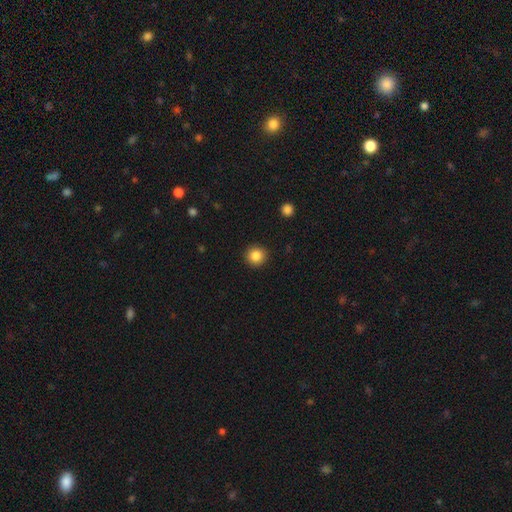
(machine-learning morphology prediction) This appears to be a smooth galaxy with no disk features (85%) that is round (94%). Merging: none (92%).